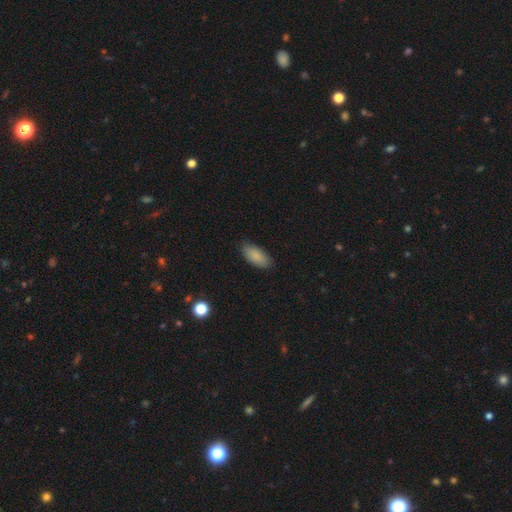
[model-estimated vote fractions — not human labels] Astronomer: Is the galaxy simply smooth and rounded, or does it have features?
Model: smooth — 87%.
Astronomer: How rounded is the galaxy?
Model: in between — 89%.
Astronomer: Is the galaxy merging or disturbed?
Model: none — 83%.